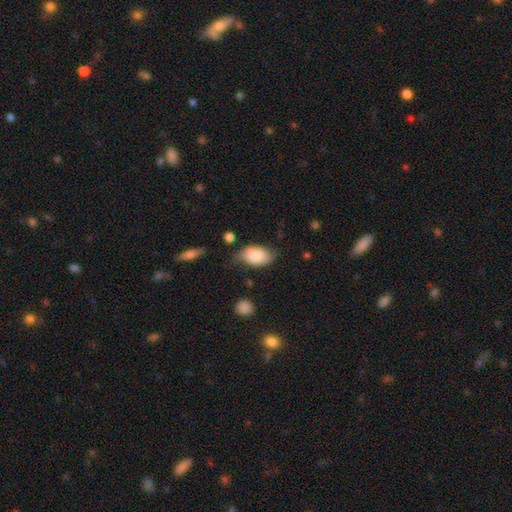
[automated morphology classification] The model was most divided on "merging": none: 56%, minor disturbance: 32%, major disturbance: 9%, merger: 3%. More confident: how rounded — in between (91%); smooth or featured — smooth (78%).